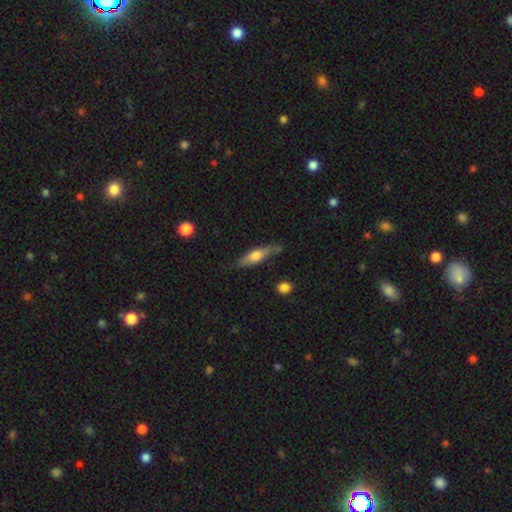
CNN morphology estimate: type=smooth (47%, tied with featured or disk); merging=none (70%).